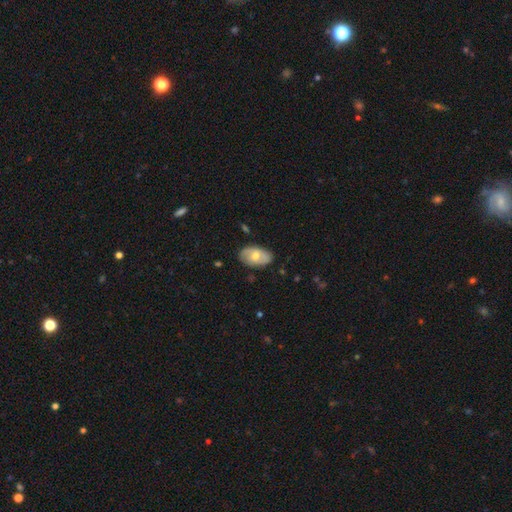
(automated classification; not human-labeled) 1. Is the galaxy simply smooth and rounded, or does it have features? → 57% smooth, 37% featured or disk, 6% star or artifact.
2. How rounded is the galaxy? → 92% in between, 7% round, 1% cigar-shaped.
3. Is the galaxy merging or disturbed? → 79% none, 17% minor disturbance, 3% major disturbance, 1% merger.